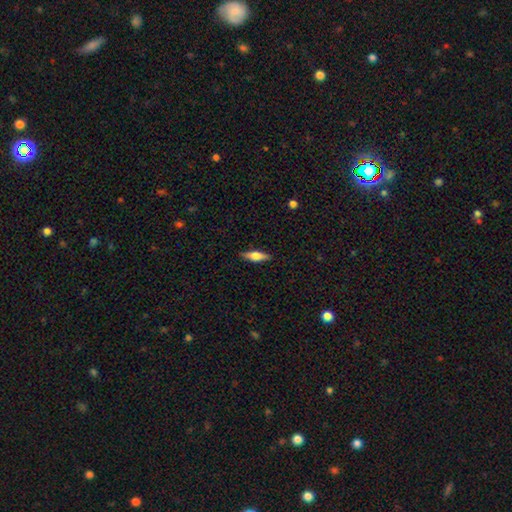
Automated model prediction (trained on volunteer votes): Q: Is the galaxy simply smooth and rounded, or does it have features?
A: smooth — 53%.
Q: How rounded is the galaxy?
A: cigar-shaped — 53%.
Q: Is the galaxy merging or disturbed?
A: none — 88%.